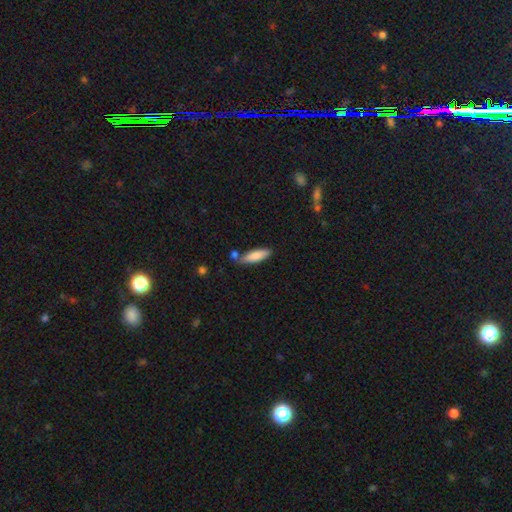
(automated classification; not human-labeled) A smooth galaxy with no disk features (82%) that is cigar-shaped (53%).

Vote fractions:
- Smooth or featured? smooth: 82% / featured or disk: 11% / star or artifact: 6%
- How rounded? cigar-shaped: 53% / in between: 45% / round: 2%
- Merging? none: 70% / minor disturbance: 16% / merger: 11% / major disturbance: 3%